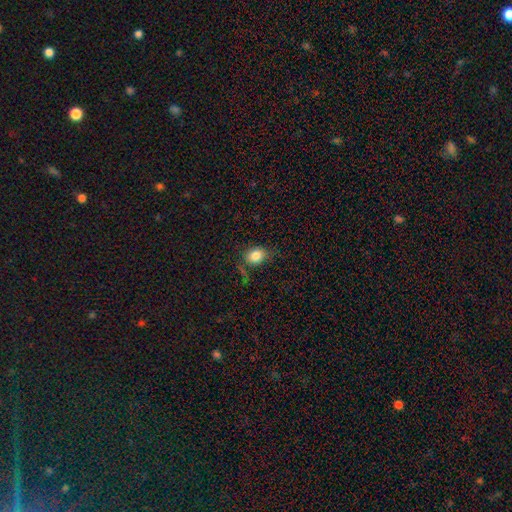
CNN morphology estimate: Overall: smooth (82%). How rounded: in between (55%; round 44%). Merging: none (66%).